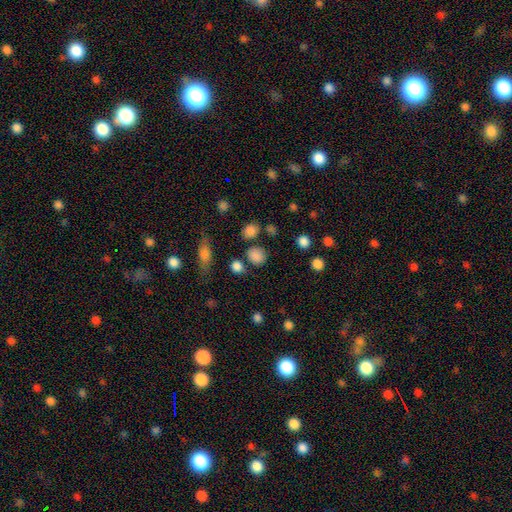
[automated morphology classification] smooth 81%, star or artifact 14%, featured or disk 5%. Down the decision tree: how rounded — round (77%); merging — none (77%).